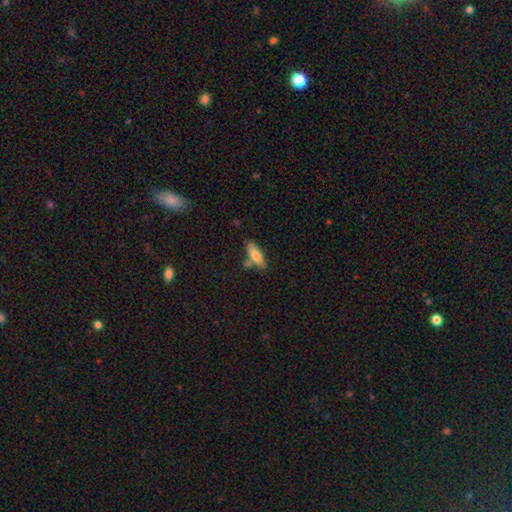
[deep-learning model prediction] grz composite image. It shows a smooth galaxy with no disk features (75%) that is in between round and cigar-shaped (59%). Merging: none (65%).